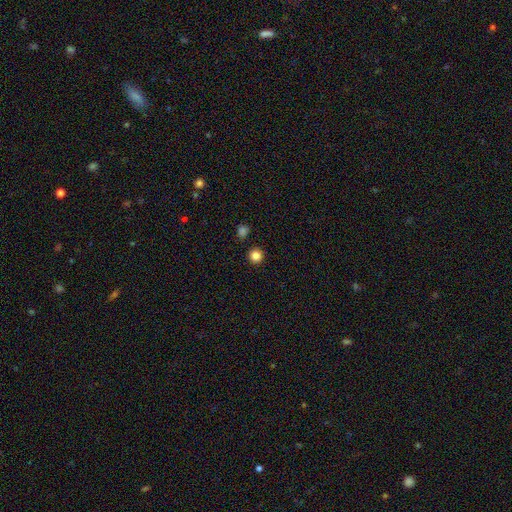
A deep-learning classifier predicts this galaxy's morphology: smooth-or-featured: smooth: 85% | star or artifact: 12% | featured or disk: 4%
  how-rounded: round: 95% | in between: 4% | cigar-shaped: 1%
  merging: none: 91% | minor disturbance: 5% | merger: 2% | major disturbance: 2%